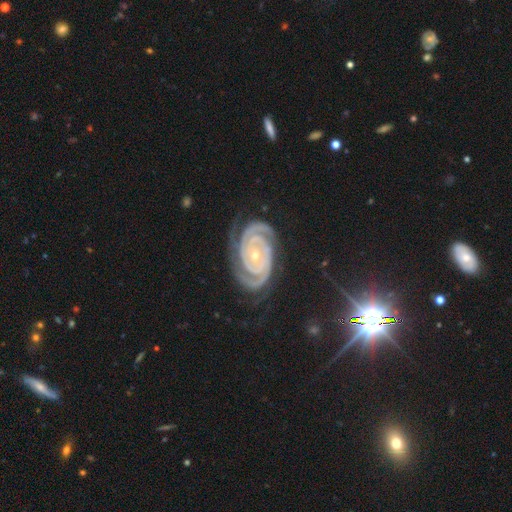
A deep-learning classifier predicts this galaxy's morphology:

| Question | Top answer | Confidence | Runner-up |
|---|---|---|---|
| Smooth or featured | featured or disk | 92% | star or artifact (5%) |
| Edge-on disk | no | 97% | yes (3%) |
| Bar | no | 71% | weak (16%) |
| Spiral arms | yes | 99% | no (1%) |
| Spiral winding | tight | 86% | medium (12%) |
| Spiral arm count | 2 | 75% | 3 (11%) |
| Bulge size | small | 67% | moderate (31%) |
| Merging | none | 79% | minor disturbance (15%) |